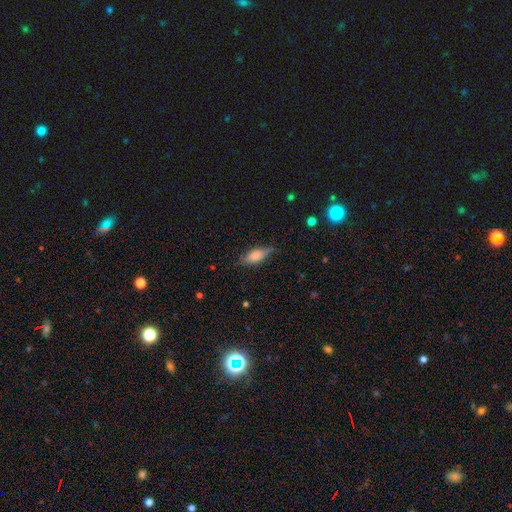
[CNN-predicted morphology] The model was most divided on "smooth or featured": smooth: 61%, featured or disk: 31%, star or artifact: 8%. More confident: how rounded — in between (74%); merging — none (69%).